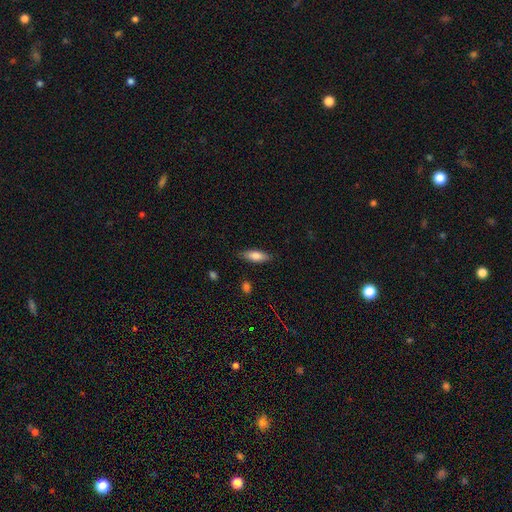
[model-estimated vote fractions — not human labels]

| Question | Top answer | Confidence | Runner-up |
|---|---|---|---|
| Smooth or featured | smooth | 80% | featured or disk (13%) |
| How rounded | in between | 64% | cigar-shaped (34%) |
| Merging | none | 83% | minor disturbance (13%) |